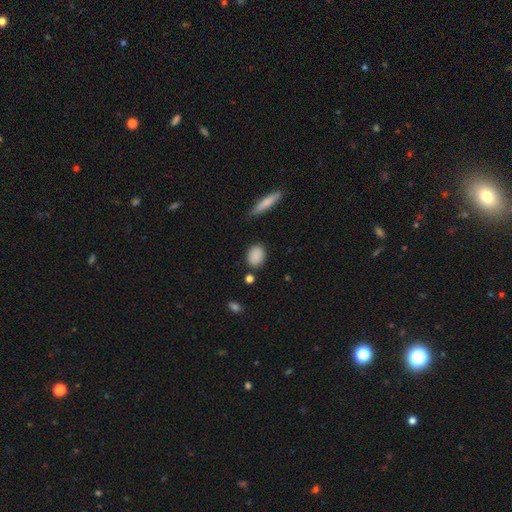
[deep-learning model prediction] A smooth galaxy with no disk features (88%) that is in between round and cigar-shaped (65%).

Vote fractions:
- Smooth or featured? smooth: 88% / star or artifact: 7% / featured or disk: 5%
- How rounded? in between: 65% / round: 32% / cigar-shaped: 3%
- Merging? none: 82% / minor disturbance: 12% / merger: 4% / major disturbance: 3%